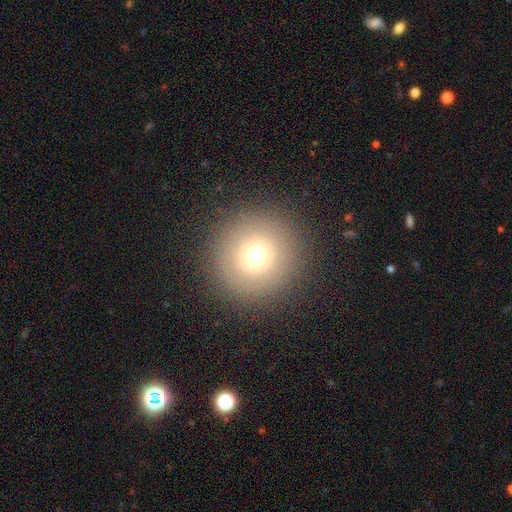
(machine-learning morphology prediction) type=smooth (68%); roundness=round (94%); merging=none (89%).